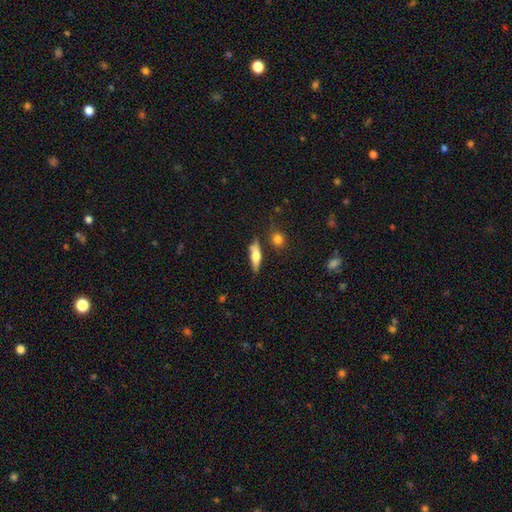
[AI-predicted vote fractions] Smooth or featured? Predicted: smooth (p=0.58). How rounded? Predicted: cigar-shaped (p=0.61). Merging? Predicted: none (p=0.67).